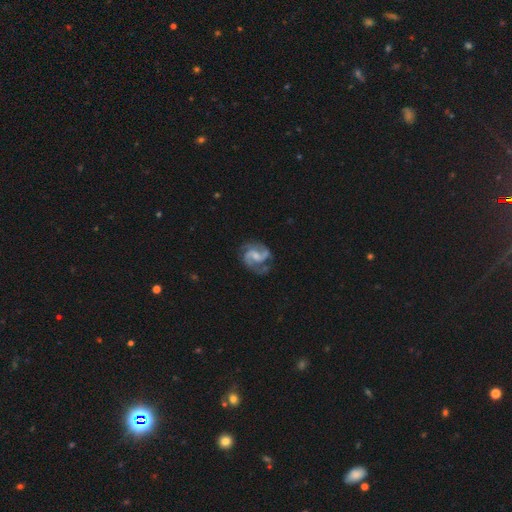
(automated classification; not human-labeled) Smooth or featured?
  - featured or disk: 89% *
  - smooth: 6%
  - star or artifact: 5%
Edge-on disk?
  - no: 98% *
  - yes: 2%
Bar?
  - weak: 50% *
  - no: 34%
  - strong: 15%
Spiral arms?
  - yes: 97% *
  - no: 3%
Spiral winding?
  - medium: 58% *
  - loose: 22%
  - tight: 20%
Spiral arm count?
  - 2: 84% *
  - 3: 7%
  - can't tell: 4%
  - 1: 2%
  - 4: 2%
  - more than 4: 1%
Bulge size?
  - small: 41% *
  - moderate: 34%
  - none: 20%
  - large: 4%
  - dominant: 1%
Merging?
  - none: 68% *
  - minor disturbance: 19%
  - major disturbance: 11%
  - merger: 2%